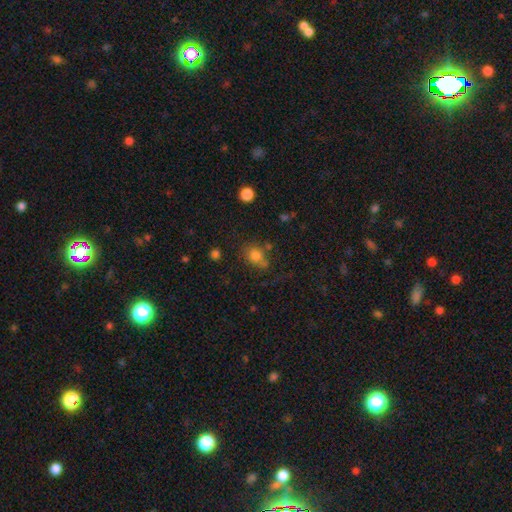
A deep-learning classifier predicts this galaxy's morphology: smooth-or-featured: smooth: 78% | star or artifact: 12% | featured or disk: 10%
  how-rounded: in between: 55% | round: 43% | cigar-shaped: 2%
  merging: none: 57% | minor disturbance: 22% | merger: 11% | major disturbance: 10%